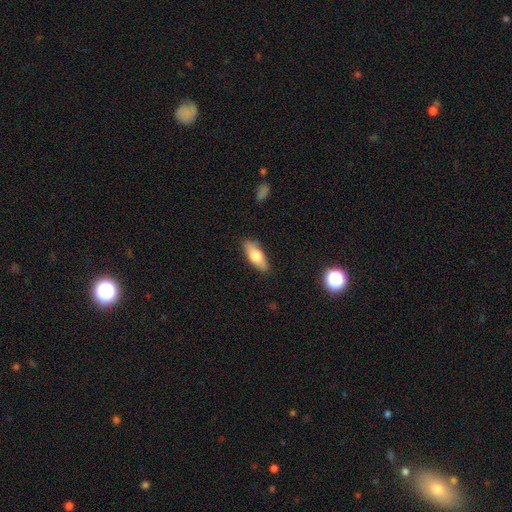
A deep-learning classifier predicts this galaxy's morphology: Smooth or featured?
  - smooth: 69% *
  - featured or disk: 25%
  - star or artifact: 6%
How rounded?
  - in between: 71% *
  - cigar-shaped: 26%
  - round: 3%
Merging?
  - none: 85% *
  - minor disturbance: 12%
  - major disturbance: 2%
  - merger: 1%